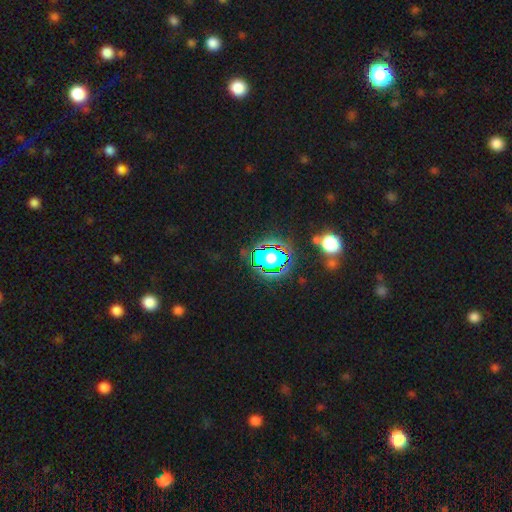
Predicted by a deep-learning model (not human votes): The model was most divided on "smooth or featured": star or artifact: 77%, smooth: 16%, featured or disk: 8%.